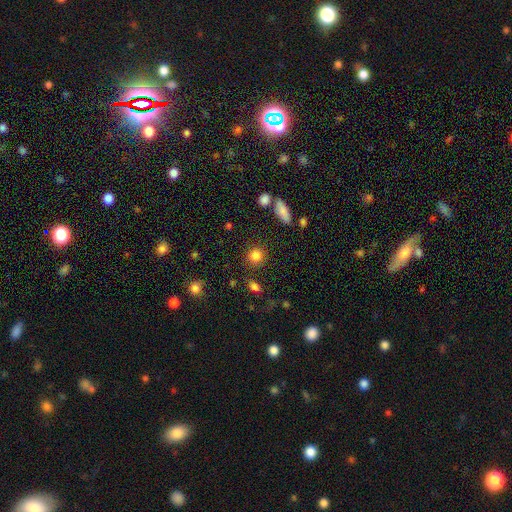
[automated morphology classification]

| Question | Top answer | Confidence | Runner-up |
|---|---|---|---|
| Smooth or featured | smooth | 84% | star or artifact (11%) |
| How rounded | round | 87% | in between (12%) |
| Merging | none | 86% | minor disturbance (8%) |